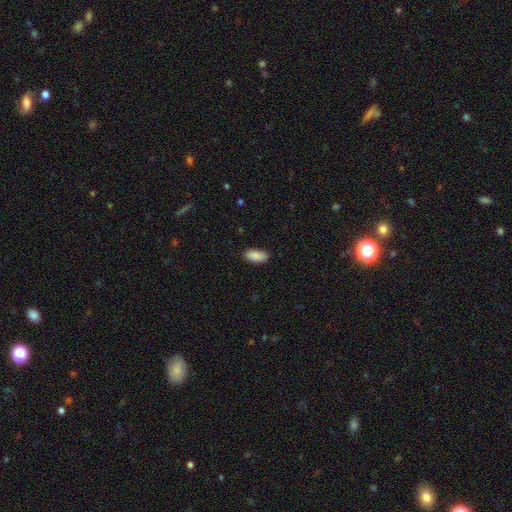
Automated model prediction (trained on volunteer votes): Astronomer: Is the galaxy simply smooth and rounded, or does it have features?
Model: smooth — 89%.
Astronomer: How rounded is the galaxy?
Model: in between — 92%.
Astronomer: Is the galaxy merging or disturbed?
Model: none — 86%.